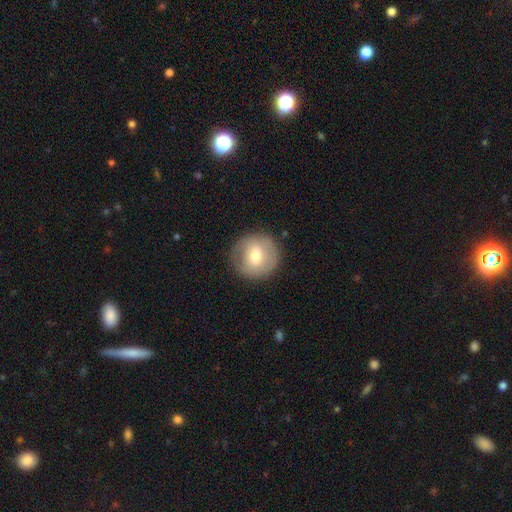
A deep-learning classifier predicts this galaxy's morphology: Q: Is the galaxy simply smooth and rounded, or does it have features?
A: smooth — 60%.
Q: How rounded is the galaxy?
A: round — 92%.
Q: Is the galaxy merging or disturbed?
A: none — 85%.